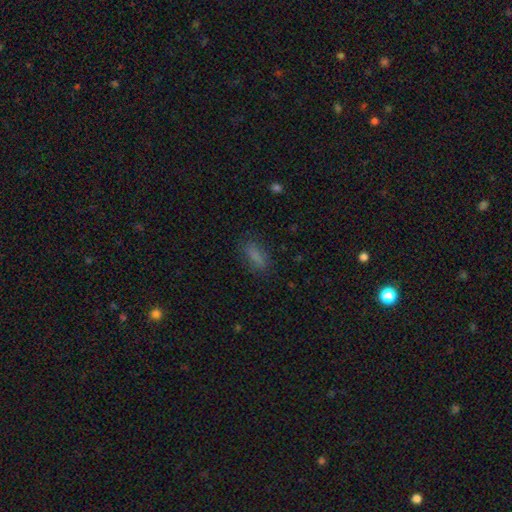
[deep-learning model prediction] Smooth or featured? smooth (80%)
How rounded? in between (62%)
Merging? none (82%)